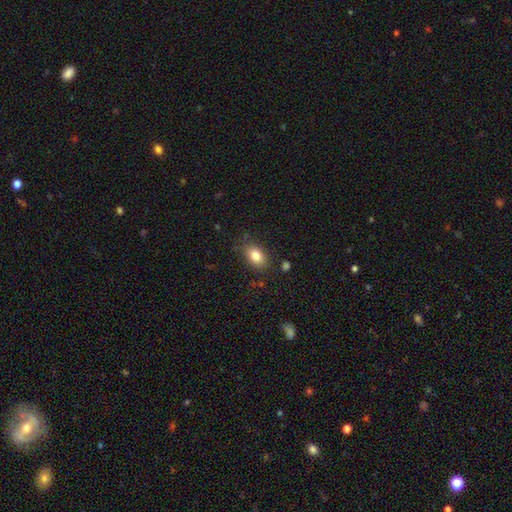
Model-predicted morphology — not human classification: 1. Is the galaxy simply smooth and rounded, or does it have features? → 83% smooth, 9% featured or disk, 8% star or artifact.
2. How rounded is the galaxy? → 85% in between, 13% round, 2% cigar-shaped.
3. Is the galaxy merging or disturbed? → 81% none, 13% minor disturbance, 3% major disturbance, 2% merger.